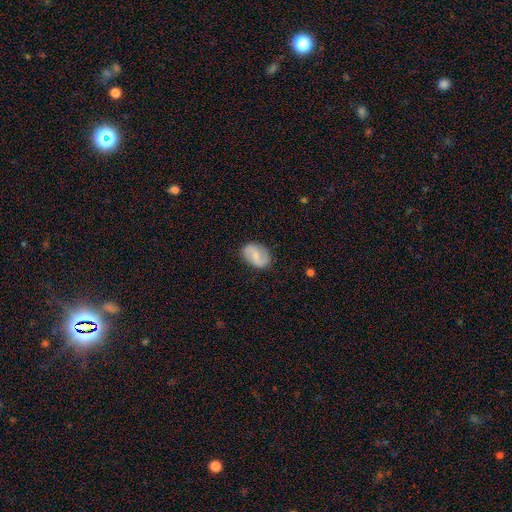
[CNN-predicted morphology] type=featured or disk (58%); edge-on=no (97%); bar=weak (51%); spiral arms=yes (86%); bulge=small (58%); merging=none (82%).